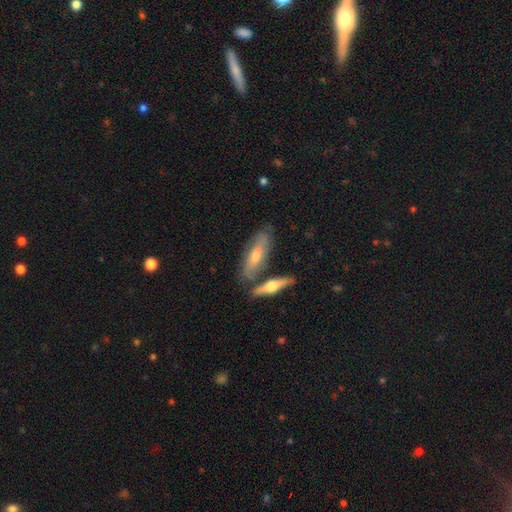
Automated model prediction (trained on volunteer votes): Smooth or featured? featured or disk (53%)
Edge-on disk? yes (56%)
Merging? none (63%)